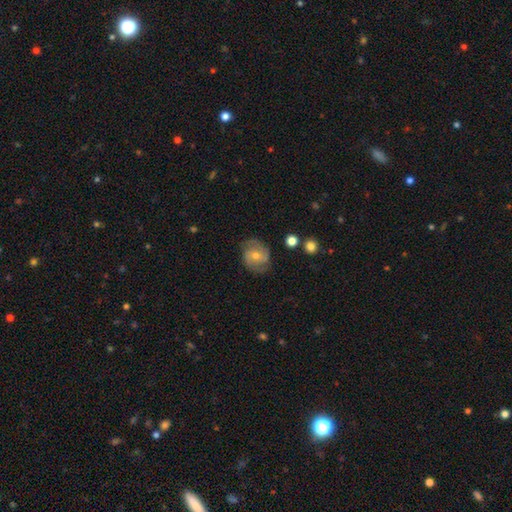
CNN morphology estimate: Smooth or featured: featured or disk — 68% (smooth — 23%)
Edge-on disk: no — 97% (yes — 3%)
Bar: no — 51% (weak — 38%)
Spiral arms: yes — 89% (no — 11%)
Spiral winding: medium — 44% (tight — 40%)
Spiral arm count: 2 — 72% (can't tell — 15%)
Bulge size: moderate — 48% (tied with small — 48%)
Merging: none — 79% (minor disturbance — 15%)